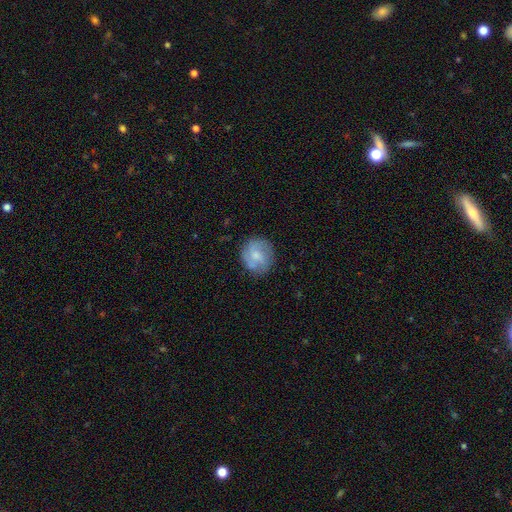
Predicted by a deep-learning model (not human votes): The model was most divided on "smooth or featured": smooth: 50%, featured or disk: 43%, star or artifact: 7%. More confident: merging — none (75%).